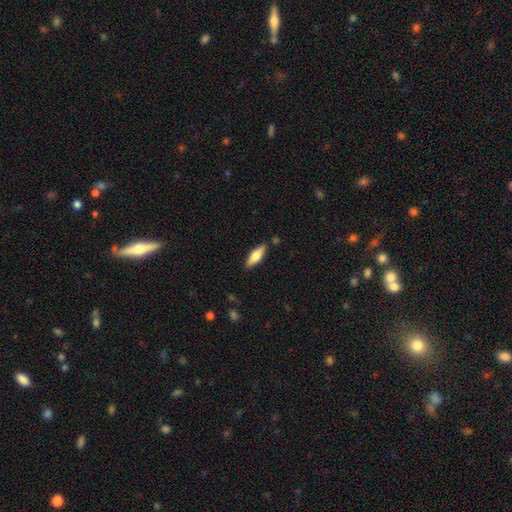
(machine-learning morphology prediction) Q: Smooth or featured?
A: smooth (59%); runner-up: featured or disk (35%)
Q: How rounded?
A: cigar-shaped (51%); runner-up: in between (47%)
Q: Merging?
A: none (85%); runner-up: minor disturbance (11%)